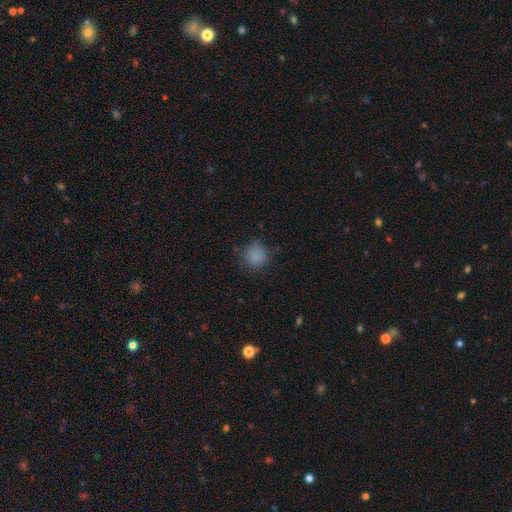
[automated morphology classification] smooth-or-featured: smooth: 83% | star or artifact: 12% | featured or disk: 5%
  how-rounded: round: 88% | in between: 11% | cigar-shaped: 1%
  merging: none: 78% | minor disturbance: 16% | major disturbance: 5% | merger: 1%